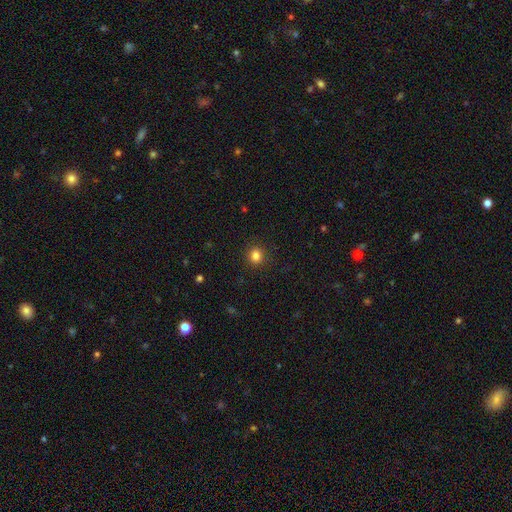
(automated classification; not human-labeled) smooth-or-featured: smooth: 83% | star or artifact: 12% | featured or disk: 5%
  how-rounded: round: 88% | in between: 11% | cigar-shaped: 1%
  merging: none: 91% | minor disturbance: 6% | major disturbance: 2% | merger: 1%